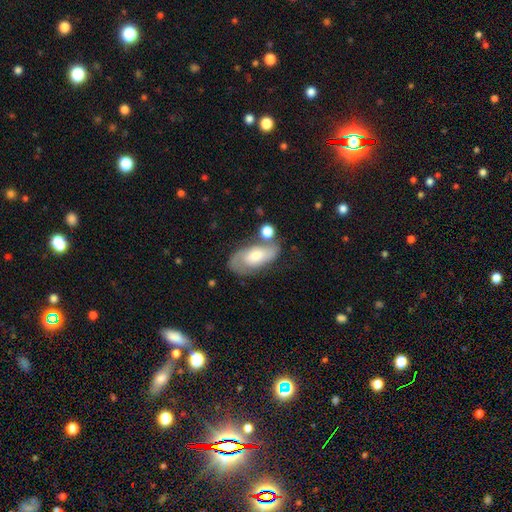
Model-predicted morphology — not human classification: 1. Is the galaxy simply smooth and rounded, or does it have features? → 59% featured or disk, 34% smooth, 7% star or artifact.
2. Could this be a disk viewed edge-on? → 92% no, 8% yes.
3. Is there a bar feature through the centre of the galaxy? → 63% no, 29% weak, 8% strong.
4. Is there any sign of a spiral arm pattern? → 80% yes, 20% no.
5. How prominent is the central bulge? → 53% moderate, 20% large, 20% small, 4% none, 3% dominant.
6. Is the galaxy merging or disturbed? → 56% none, 21% minor disturbance, 13% merger, 10% major disturbance.